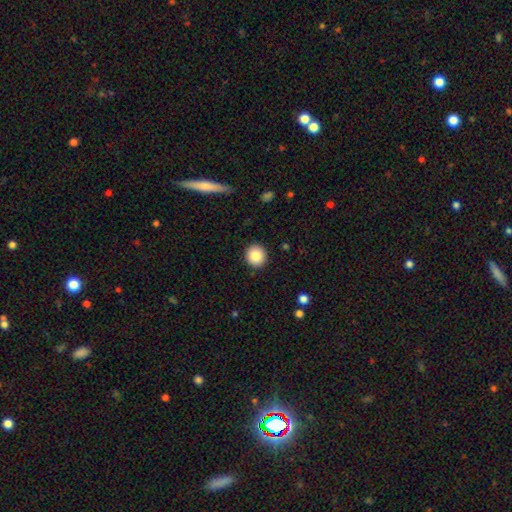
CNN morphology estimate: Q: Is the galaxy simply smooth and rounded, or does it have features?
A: smooth — 85%.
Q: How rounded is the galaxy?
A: round — 90%.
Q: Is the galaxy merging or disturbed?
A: none — 92%.